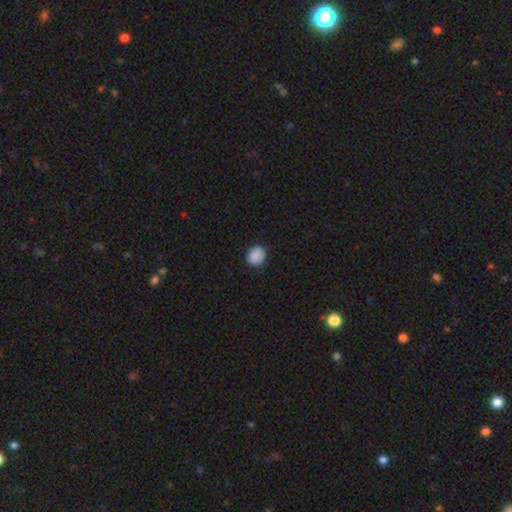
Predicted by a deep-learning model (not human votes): Smooth or featured? smooth (88%)
How rounded? round (77%)
Merging? none (85%)